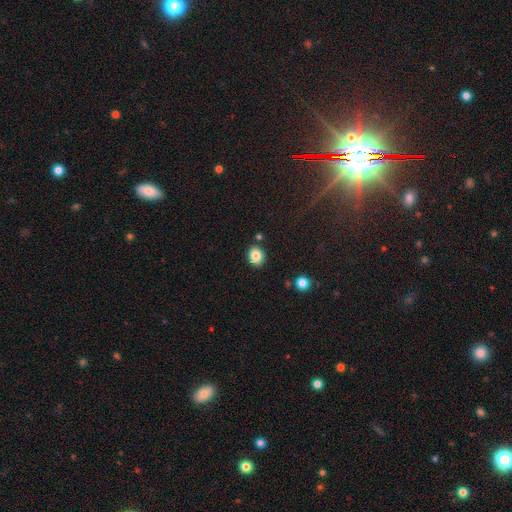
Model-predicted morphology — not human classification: Smooth or featured: smooth — 84% (star or artifact — 10%)
How rounded: round — 61% (in between — 38%)
Merging: none — 85% (minor disturbance — 8%)